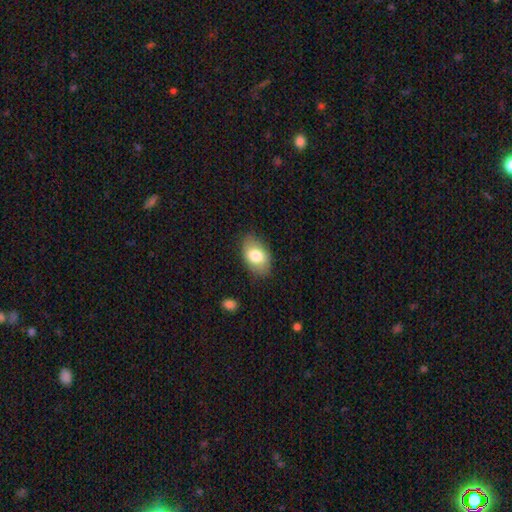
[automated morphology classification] Smooth or featured?
  - smooth: 77% *
  - featured or disk: 16%
  - star or artifact: 7%
How rounded?
  - in between: 88% *
  - round: 10%
  - cigar-shaped: 1%
Merging?
  - none: 81% *
  - minor disturbance: 14%
  - major disturbance: 3%
  - merger: 1%